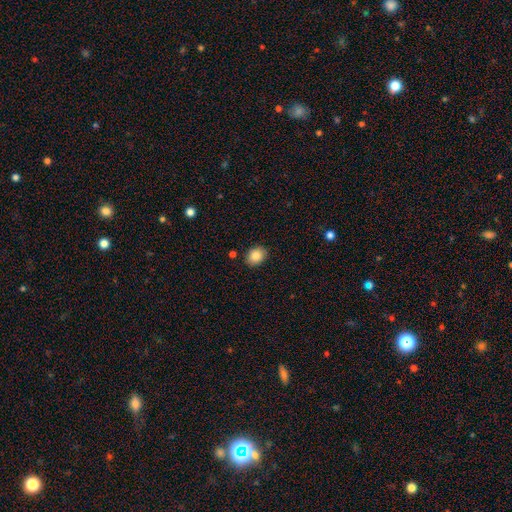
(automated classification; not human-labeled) smooth 86%, star or artifact 9%, featured or disk 5%. Down the decision tree: how rounded — round (52%); merging — none (85%).